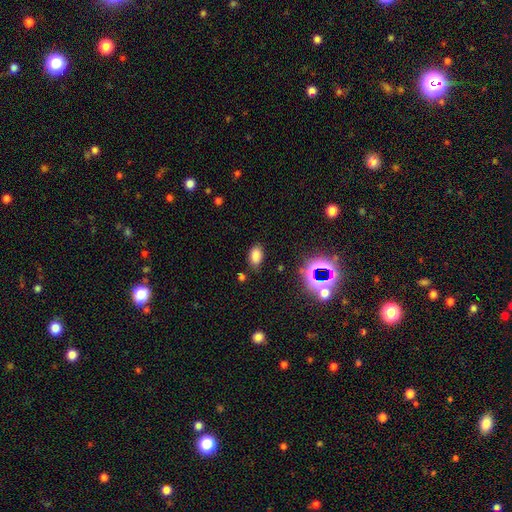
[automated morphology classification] type=smooth (77%); roundness=in between (89%); merging=none (81%).